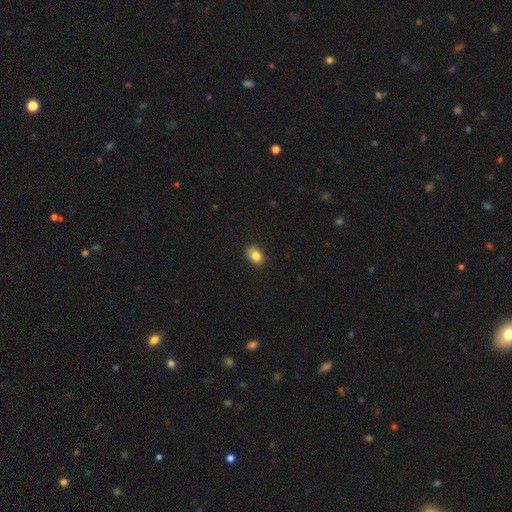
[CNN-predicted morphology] Smooth or featured?
  - smooth: 83% *
  - star or artifact: 9%
  - featured or disk: 8%
How rounded?
  - in between: 77% *
  - round: 22%
  - cigar-shaped: 1%
Merging?
  - none: 87% *
  - minor disturbance: 11%
  - major disturbance: 2%
  - merger: 1%